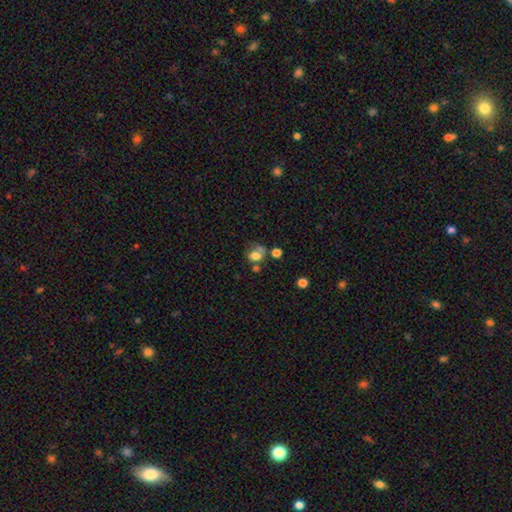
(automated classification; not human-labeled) Morphology: type=smooth (67%); roundness=in between (50%); merging=none (33%).